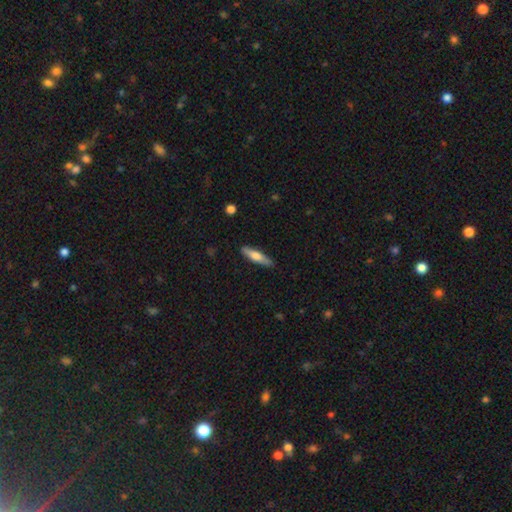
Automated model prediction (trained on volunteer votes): This appears to be a smooth galaxy with no disk features (62%) that is cigar-shaped (78%). Merging: none (88%).